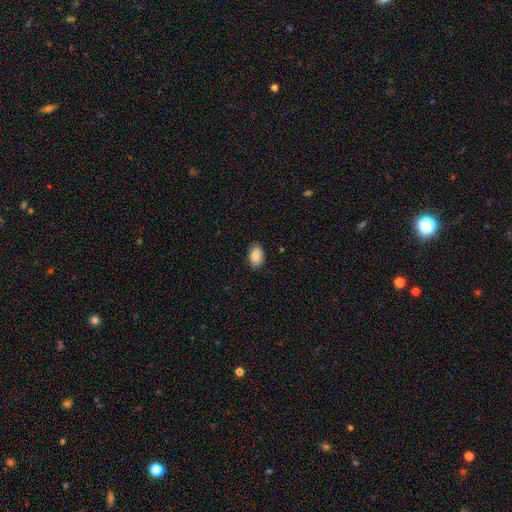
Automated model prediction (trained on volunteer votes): Smooth or featured? smooth (86%)
How rounded? in between (88%)
Merging? none (82%)